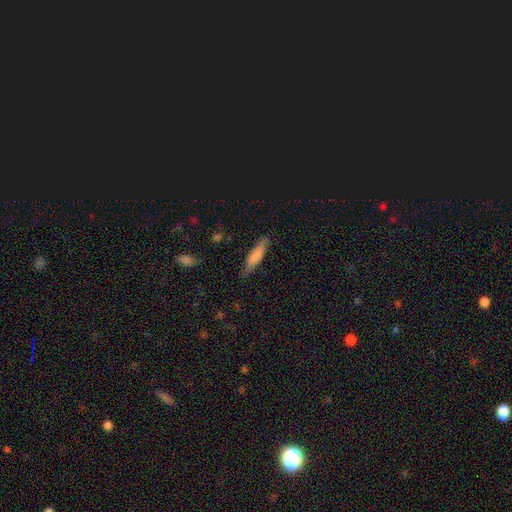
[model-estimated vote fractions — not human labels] This is likely a smooth galaxy (77%). How rounded: likely cigar-shaped (77%). Merging: likely none (78%).